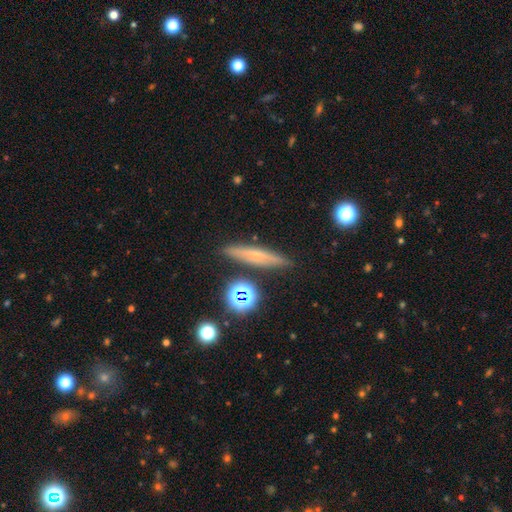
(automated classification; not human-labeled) Smooth or featured? Predicted: smooth (p=0.49). Merging? Predicted: none (p=0.85).